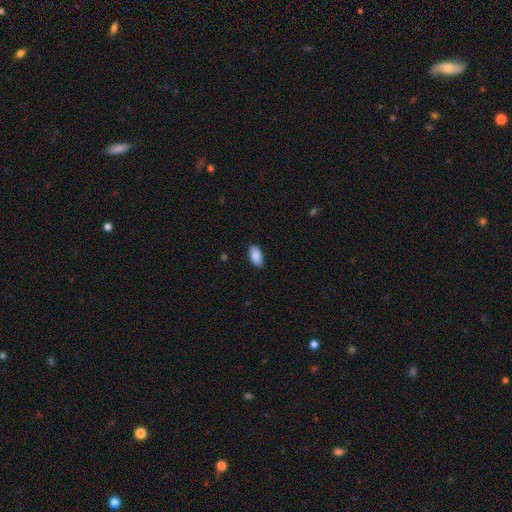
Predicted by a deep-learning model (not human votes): Morphology: type=smooth (88%); roundness=in between (93%); merging=none (86%).